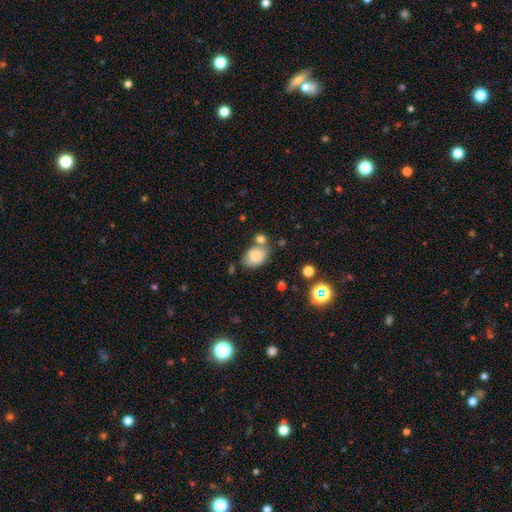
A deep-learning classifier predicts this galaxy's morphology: This appears to be a smooth galaxy with no disk features (83%) that is in between round and cigar-shaped (74%). Merging: none (56%).